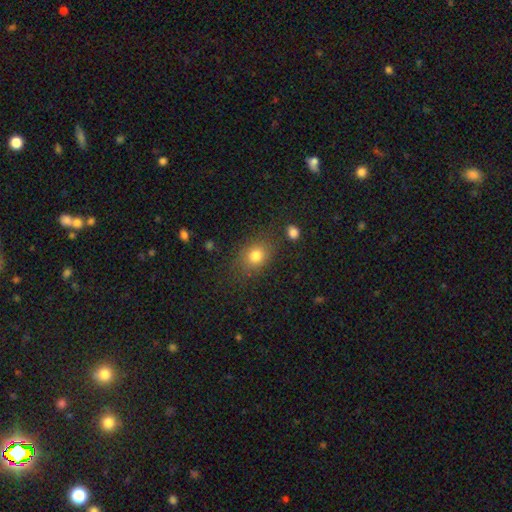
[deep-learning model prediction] A smooth galaxy with no disk features (80%) that is round (50%). Merging: none (78%).